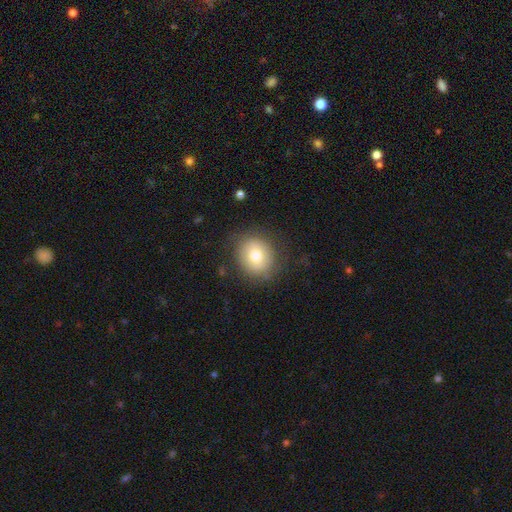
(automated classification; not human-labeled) Overall: smooth (74%). How rounded: round (78%). Merging: none (81%).